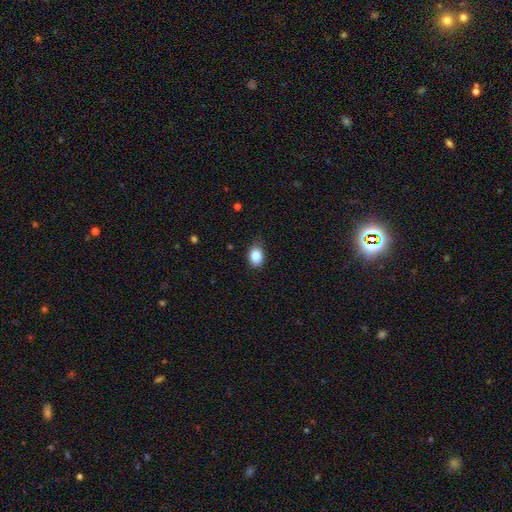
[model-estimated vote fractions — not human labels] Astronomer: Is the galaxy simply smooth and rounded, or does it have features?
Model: smooth — 85%.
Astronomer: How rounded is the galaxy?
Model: in between — 71%.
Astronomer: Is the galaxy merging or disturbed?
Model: none — 79%.